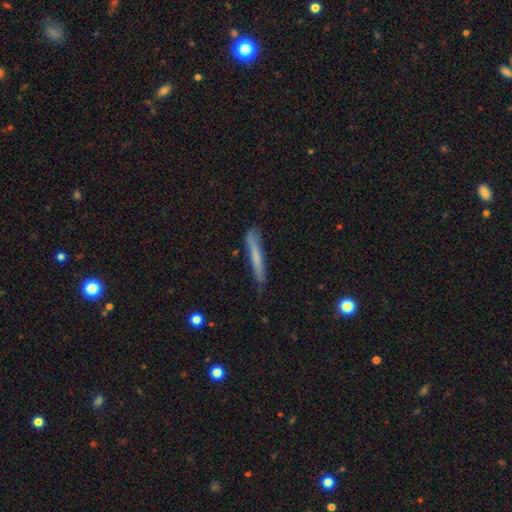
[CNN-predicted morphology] A smooth galaxy with no disk features (63%) that is cigar-shaped (96%). Merging: none (74%).